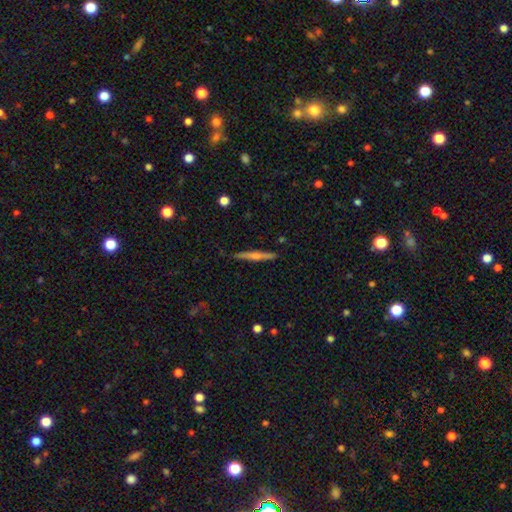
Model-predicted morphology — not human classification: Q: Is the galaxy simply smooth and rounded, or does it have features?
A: featured or disk — 65%.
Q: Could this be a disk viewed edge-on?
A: yes — 98%.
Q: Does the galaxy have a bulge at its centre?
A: rounded — 78%.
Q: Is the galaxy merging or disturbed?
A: none — 90%.